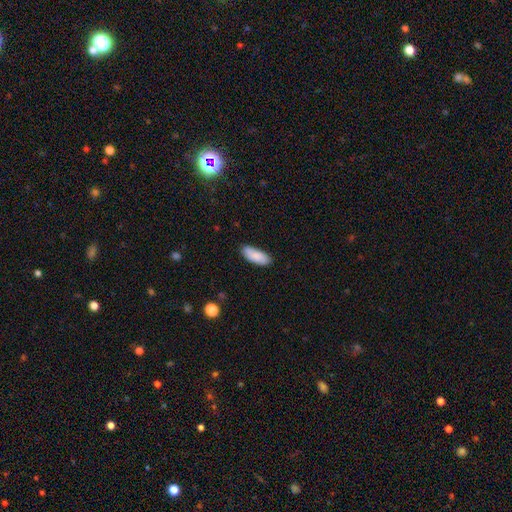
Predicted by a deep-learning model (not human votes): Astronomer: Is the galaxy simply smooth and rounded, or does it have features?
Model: smooth — 87%.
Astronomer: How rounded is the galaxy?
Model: in between — 77%.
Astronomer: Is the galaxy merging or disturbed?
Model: none — 81%.